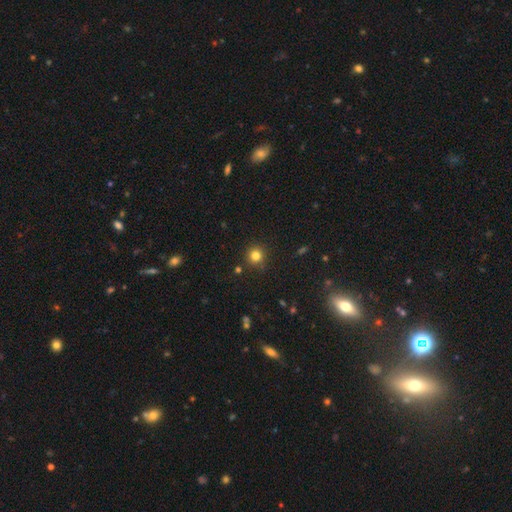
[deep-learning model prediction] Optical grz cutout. It shows a smooth galaxy with no disk features (80%) that is round (94%). Merging: none (88%).